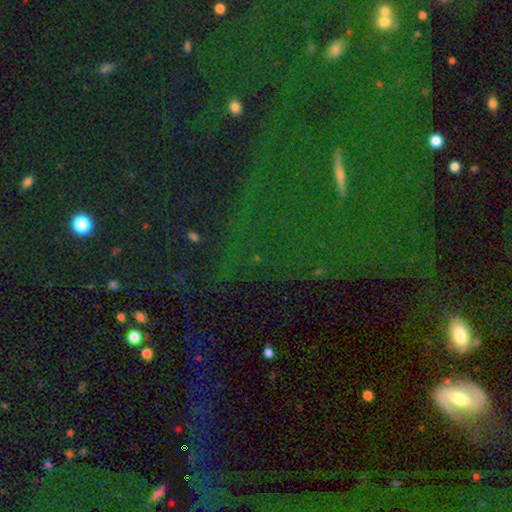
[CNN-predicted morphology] smooth-or-featured: star or artifact: 72% | smooth: 16% | featured or disk: 12%